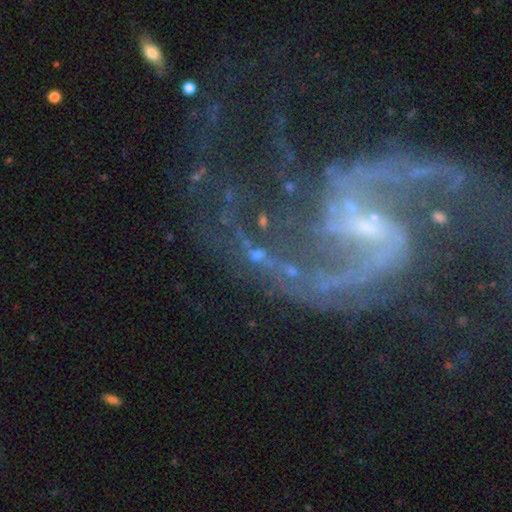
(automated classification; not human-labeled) smooth_or_featured: star or artifact (p=0.45) [alt: smooth p=0.28]